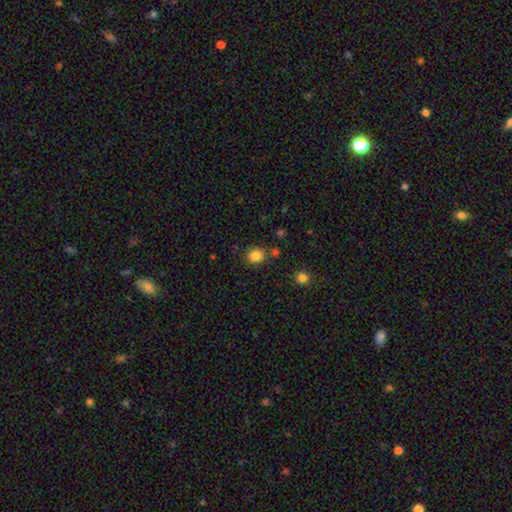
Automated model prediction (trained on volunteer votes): Smooth or featured? Predicted: smooth (p=0.84). How rounded? Predicted: round (p=0.78). Merging? Predicted: none (p=0.80).